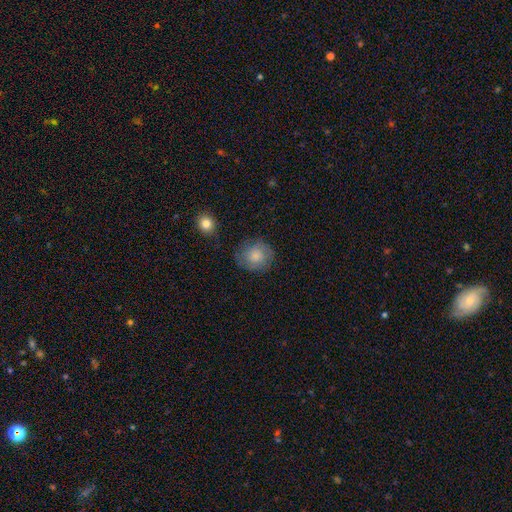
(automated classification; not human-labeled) smooth-or-featured: smooth: 78% | featured or disk: 15% | star or artifact: 8%
  how-rounded: round: 84% | in between: 15% | cigar-shaped: 1%
  merging: none: 76% | minor disturbance: 16% | major disturbance: 5% | merger: 2%